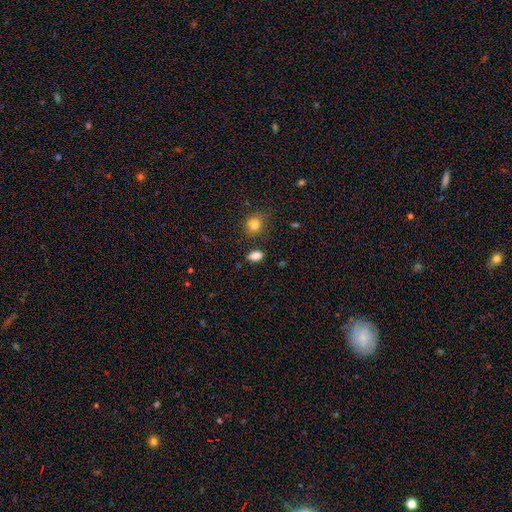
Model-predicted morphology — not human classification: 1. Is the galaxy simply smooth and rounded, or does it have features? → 85% smooth, 10% star or artifact, 5% featured or disk.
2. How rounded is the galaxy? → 86% in between, 10% round, 4% cigar-shaped.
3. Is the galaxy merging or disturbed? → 84% none, 10% minor disturbance, 3% merger, 3% major disturbance.